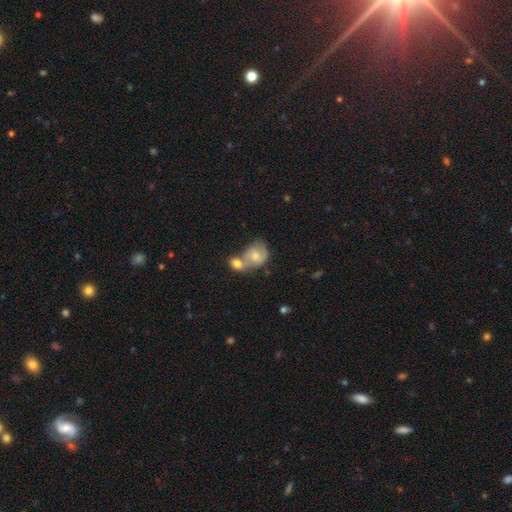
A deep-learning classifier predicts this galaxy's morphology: Overall: featured or disk (53%; smooth 39%). Edge-on disk: no (97%). Bar: no (61%; weak 33%). Spiral arms: yes (78%). Bulge size: moderate (60%; small 27%). Merging: merger (59%; none 24%).